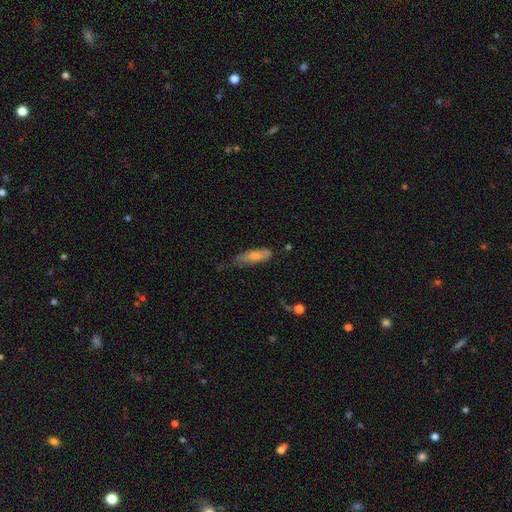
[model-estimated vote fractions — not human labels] smooth 77%, featured or disk 16%, star or artifact 7%. Down the decision tree: how rounded — in between (58%); merging — minor disturbance (40%).